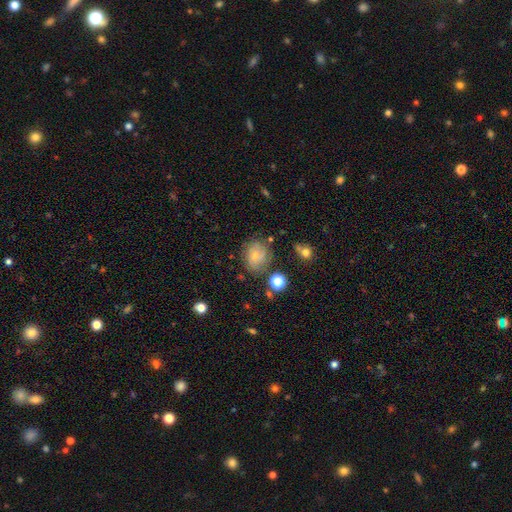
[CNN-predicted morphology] A smooth galaxy with no disk features (47%). Merging: none (67%).